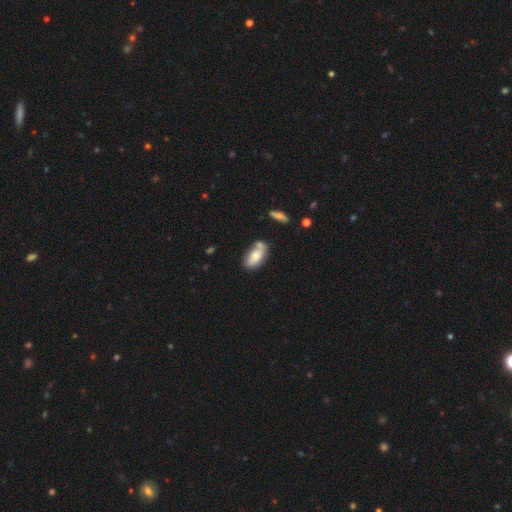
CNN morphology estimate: A smooth galaxy with no disk features (72%) that is in between round and cigar-shaped (89%).

Vote fractions:
- Smooth or featured? smooth: 72% / featured or disk: 21% / star or artifact: 7%
- How rounded? in between: 89% / cigar-shaped: 8% / round: 3%
- Merging? none: 52% / minor disturbance: 22% / merger: 20% / major disturbance: 6%